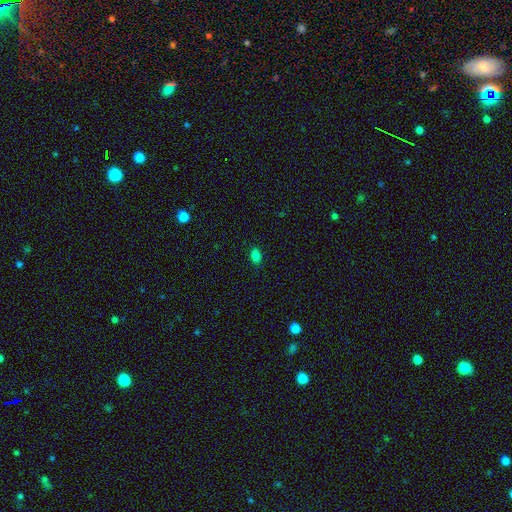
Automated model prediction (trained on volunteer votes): Q: Smooth or featured?
A: smooth (82%); runner-up: star or artifact (14%)
Q: How rounded?
A: in between (85%); runner-up: round (13%)
Q: Merging?
A: none (88%); runner-up: minor disturbance (9%)